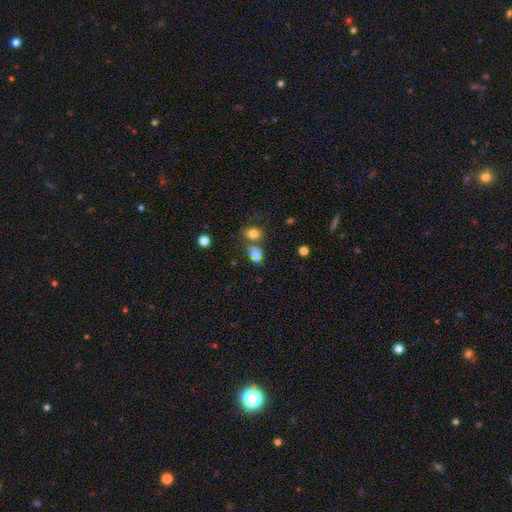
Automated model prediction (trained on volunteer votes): Morphology: type=smooth (68%); roundness=in between (59%); merging=none (45%).